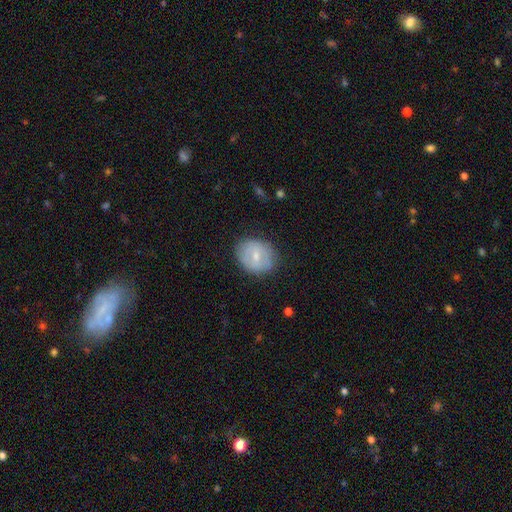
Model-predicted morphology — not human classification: A smooth galaxy with no disk features (51%) that is round (62%). Merging: none (78%).